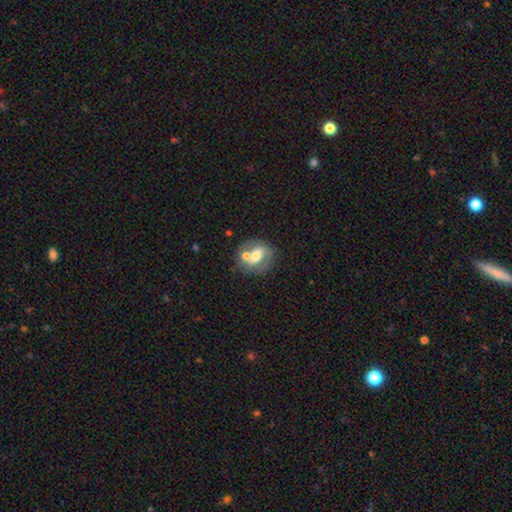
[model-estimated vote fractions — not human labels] smooth-or-featured: smooth: 47% | featured or disk: 45% | star or artifact: 8%
  merging: none: 46% | merger: 33% | minor disturbance: 15% | major disturbance: 7%